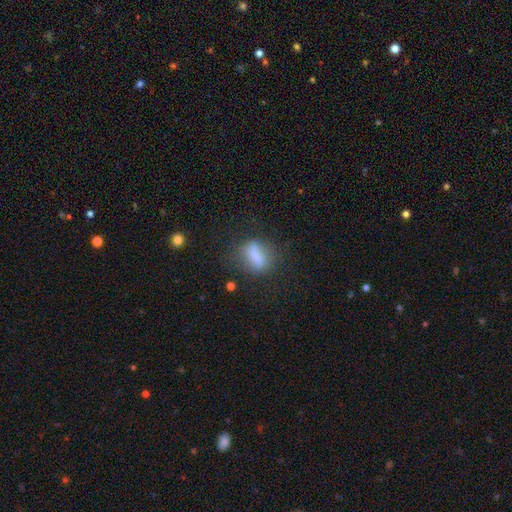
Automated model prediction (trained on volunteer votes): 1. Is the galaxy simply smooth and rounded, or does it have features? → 67% smooth, 22% featured or disk, 11% star or artifact.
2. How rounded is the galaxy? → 54% in between, 26% cigar-shaped, 20% round.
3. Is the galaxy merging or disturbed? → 64% none, 19% minor disturbance, 13% major disturbance, 4% merger.